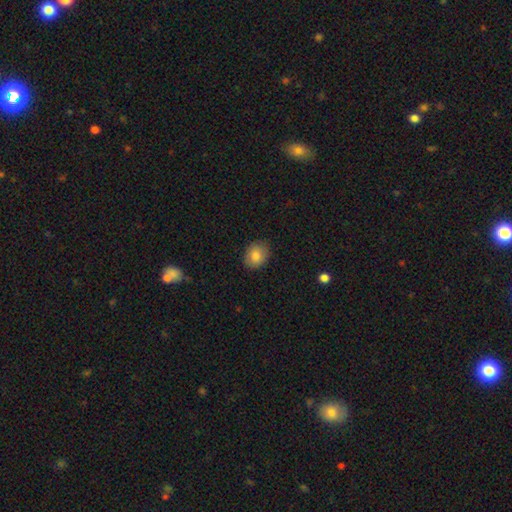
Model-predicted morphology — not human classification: Q: Smooth or featured?
A: smooth (84%); runner-up: star or artifact (8%)
Q: How rounded?
A: round (55%); runner-up: in between (45%)
Q: Merging?
A: none (86%); runner-up: minor disturbance (10%)